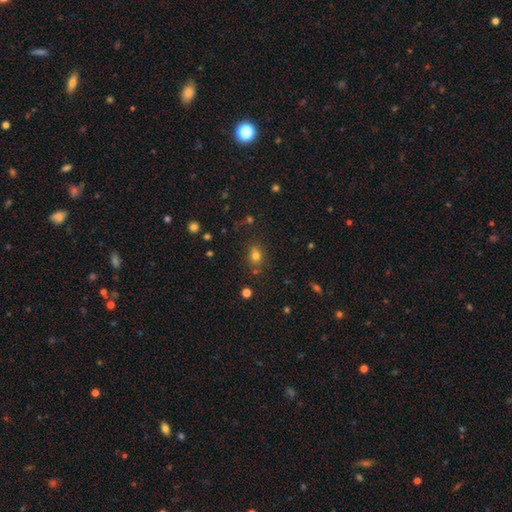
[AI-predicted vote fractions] A smooth galaxy with no disk features (74%) that is round (58%).

Vote fractions:
- Smooth or featured? smooth: 74% / star or artifact: 17% / featured or disk: 9%
- How rounded? round: 58% / in between: 41% / cigar-shaped: 1%
- Merging? none: 71% / minor disturbance: 15% / merger: 9% / major disturbance: 5%